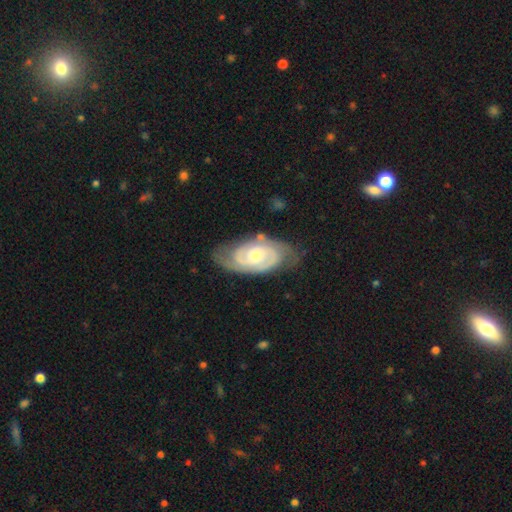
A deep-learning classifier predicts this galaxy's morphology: Q: Smooth or featured?
A: featured or disk (86%); runner-up: smooth (10%)
Q: Edge-on disk?
A: no (96%); runner-up: yes (4%)
Q: Bar?
A: no (64%); runner-up: weak (29%)
Q: Spiral arms?
A: yes (96%); runner-up: no (4%)
Q: Spiral winding?
A: tight (62%); runner-up: medium (32%)
Q: Spiral arm count?
A: 2 (72%); runner-up: can't tell (12%)
Q: Bulge size?
A: small (56%); runner-up: moderate (40%)
Q: Merging?
A: none (71%); runner-up: minor disturbance (20%)